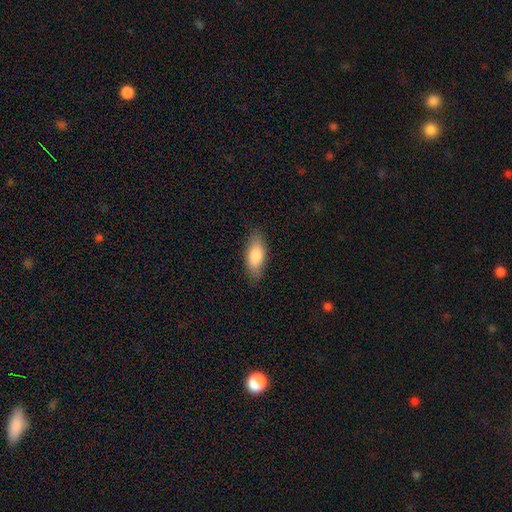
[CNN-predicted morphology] Overall: smooth (81%). How rounded: in between (81%). Merging: none (84%).